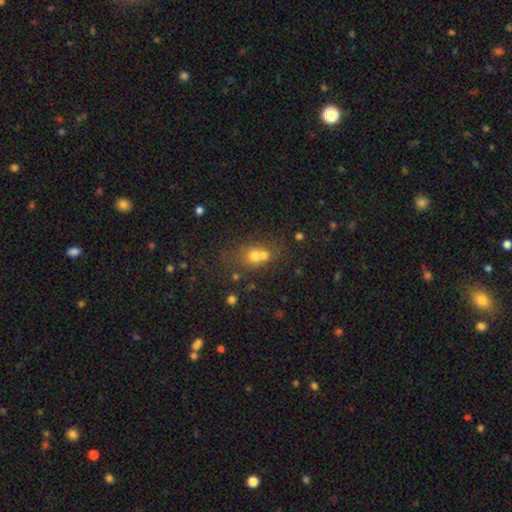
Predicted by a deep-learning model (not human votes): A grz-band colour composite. It shows a smooth galaxy with no disk features (63%) that is round (70%). Merging: merger (51%).